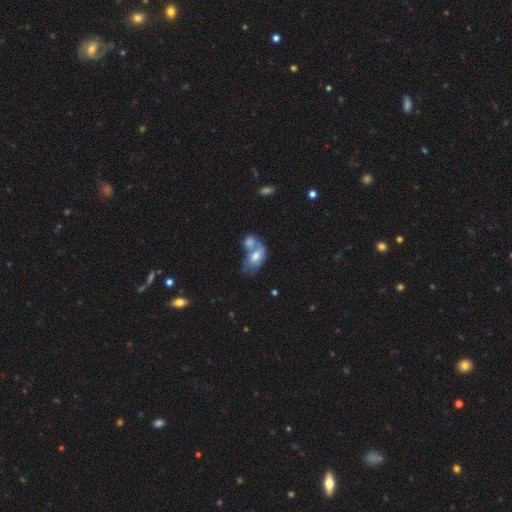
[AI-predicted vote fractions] This appears to be a smooth galaxy with no disk features (58%) that is in between round and cigar-shaped (88%). Merging: merger (63%).